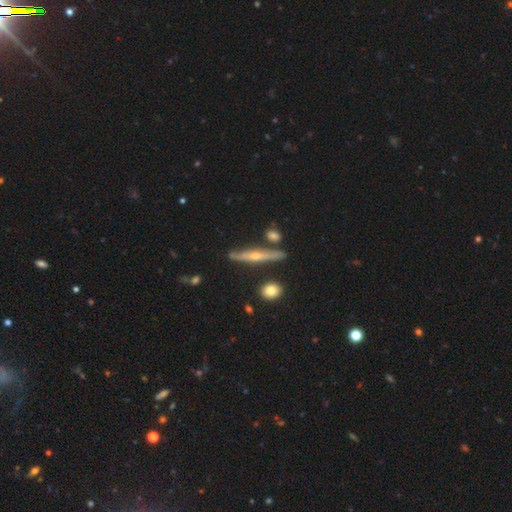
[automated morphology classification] Smooth or featured? featured or disk (74%)
Edge-on disk? yes (95%)
Edge-on bulge? rounded (85%)
Merging? none (80%)